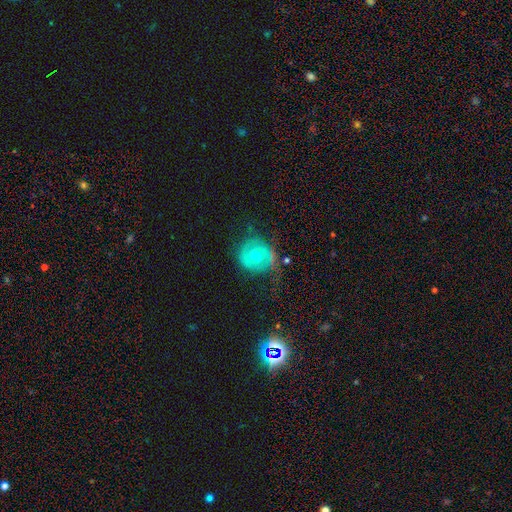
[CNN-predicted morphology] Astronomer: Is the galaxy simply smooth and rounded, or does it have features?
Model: featured or disk — 55% (runner-up: smooth, 33%).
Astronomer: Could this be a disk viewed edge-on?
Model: no — 96%.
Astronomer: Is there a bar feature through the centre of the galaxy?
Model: no — 75%.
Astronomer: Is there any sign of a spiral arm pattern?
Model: yes — 59% (runner-up: no, 41%).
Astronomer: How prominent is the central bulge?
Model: moderate — 51% (runner-up: small, 46%).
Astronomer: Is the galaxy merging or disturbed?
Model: none — 51% (runner-up: minor disturbance, 26%).